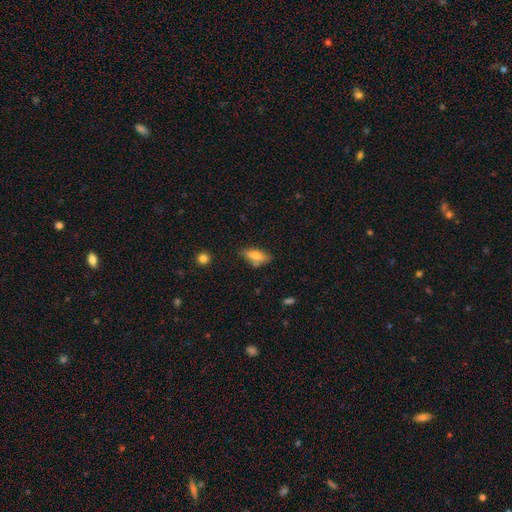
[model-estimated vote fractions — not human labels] This appears to be a smooth galaxy with no disk features (71%) that is in between round and cigar-shaped (75%). Merging: none (67%).